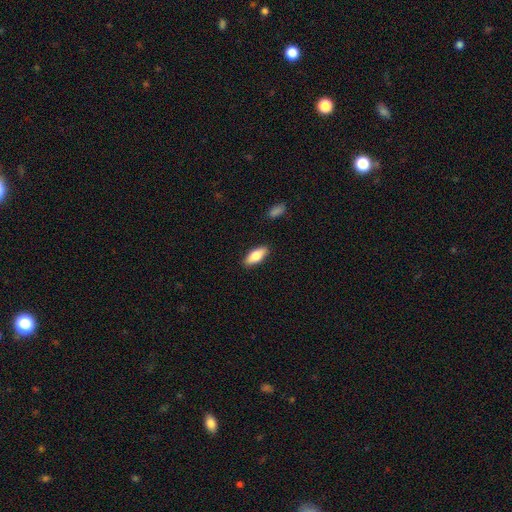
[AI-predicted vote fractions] smooth 77%, featured or disk 17%, star or artifact 6%. Down the decision tree: how rounded — in between (78%); merging — none (88%).